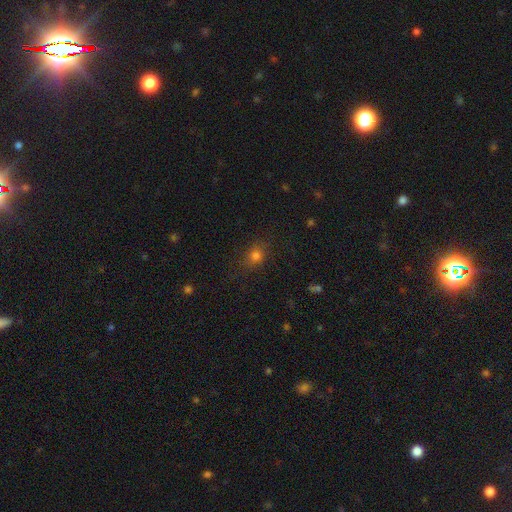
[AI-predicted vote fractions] Q: Smooth or featured?
A: smooth (77%); runner-up: star or artifact (15%)
Q: How rounded?
A: round (60%); runner-up: in between (38%)
Q: Merging?
A: none (81%); runner-up: minor disturbance (13%)